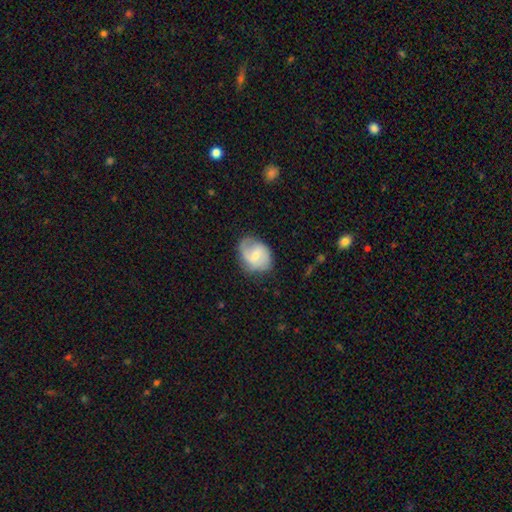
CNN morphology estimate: featured or disk 59%, smooth 34%, star or artifact 6%. Down the decision tree: edge-on disk — no (97%); bar — weak (55%); spiral arms — yes (87%); spiral arm count — 2 (65%); spiral winding — medium (45%); bulge size — small (54%); merging — none (63%).